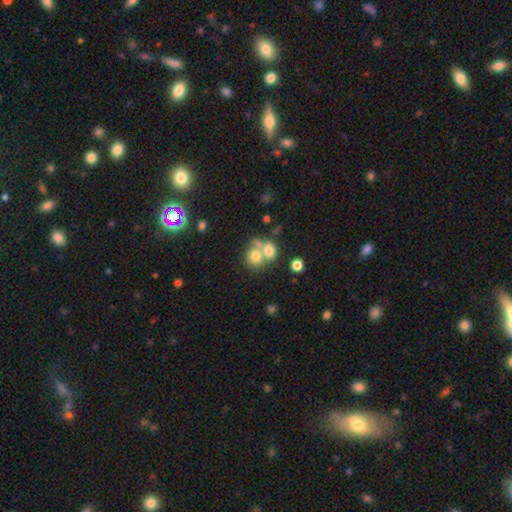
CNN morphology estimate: This appears to be a smooth galaxy with no disk features (73%) that is round (66%). Merging: merger (57%).